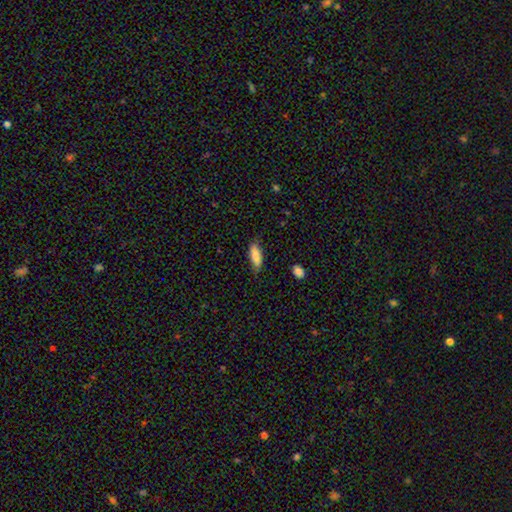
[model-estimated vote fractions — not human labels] Smooth or featured?
  - smooth: 84% *
  - featured or disk: 10%
  - star or artifact: 6%
How rounded?
  - in between: 63% *
  - cigar-shaped: 36%
  - round: 2%
Merging?
  - none: 80% *
  - minor disturbance: 16%
  - major disturbance: 3%
  - merger: 1%